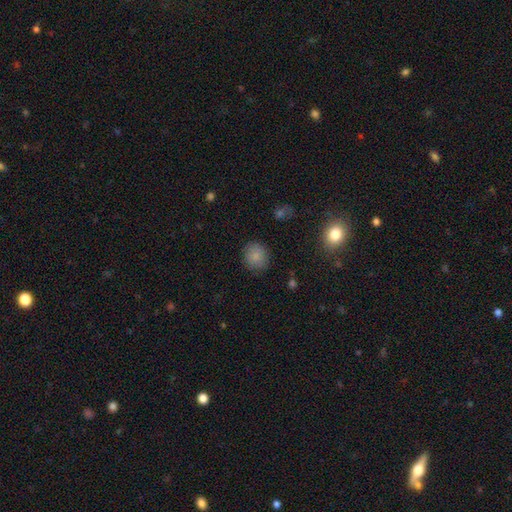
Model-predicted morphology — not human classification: type=smooth (84%); roundness=round (83%); merging=none (86%).